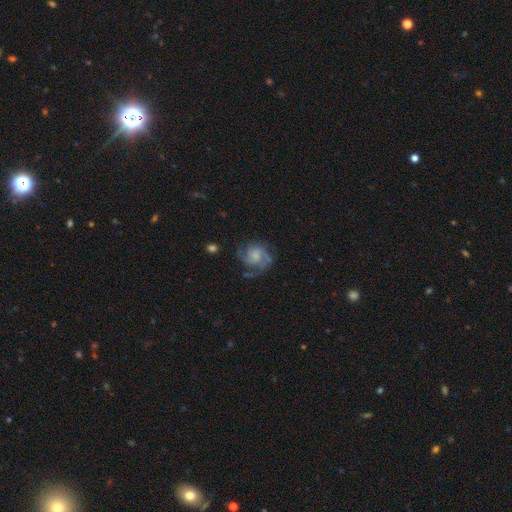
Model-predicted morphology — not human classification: smooth_or_featured: featured or disk (p=0.81) [alt: smooth p=0.12]
disk_edge_on: no (p=0.98) [alt: yes p=0.02]
bar: no (p=0.66) [alt: weak p=0.30]
has_spiral_arms: yes (p=0.96) [alt: no p=0.04]
spiral_winding: medium (p=0.48) [alt: tight p=0.37]
spiral_arm_count: 3 (p=0.39) [alt: 2 p=0.29]
bulge_size: small (p=0.48) [alt: moderate p=0.25]
merging: none (p=0.64) [alt: minor disturbance p=0.19]